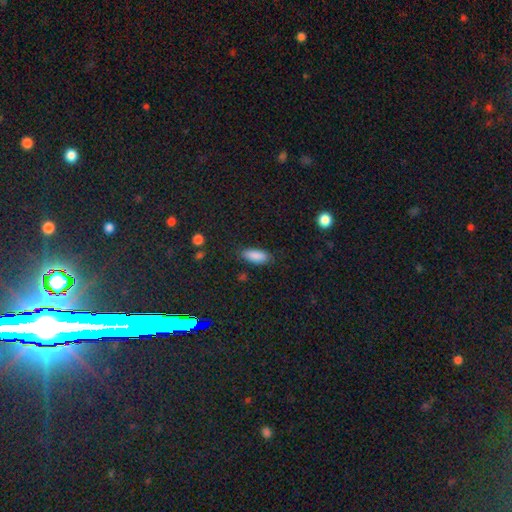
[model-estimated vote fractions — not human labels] This appears to be a smooth galaxy with no disk features (87%) that is in between round and cigar-shaped (82%). Merging: none (81%).